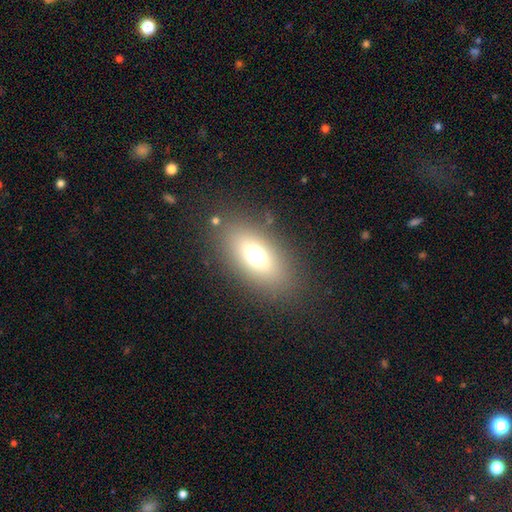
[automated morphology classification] A smooth galaxy with no disk features (66%) that is in between round and cigar-shaped (81%). Merging: none (83%).